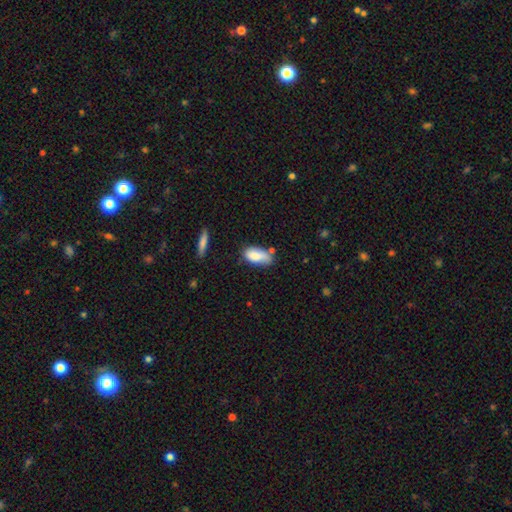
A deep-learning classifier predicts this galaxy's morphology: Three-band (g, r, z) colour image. It shows a smooth galaxy with no disk features (82%) that is in between round and cigar-shaped (89%). Merging: none (52%).